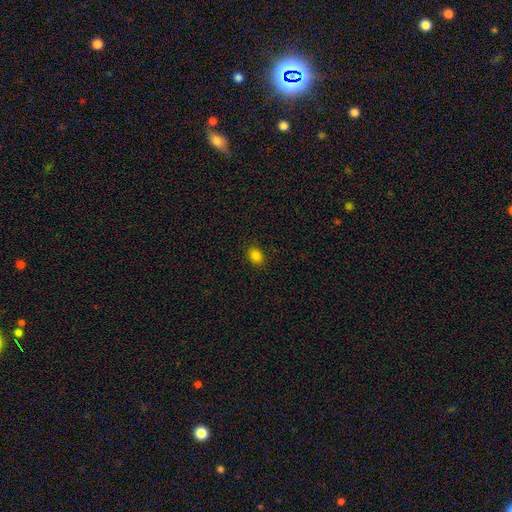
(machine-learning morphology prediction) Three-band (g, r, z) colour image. It shows a smooth galaxy with no disk features (83%) that is in between round and cigar-shaped (63%). Merging: none (88%).